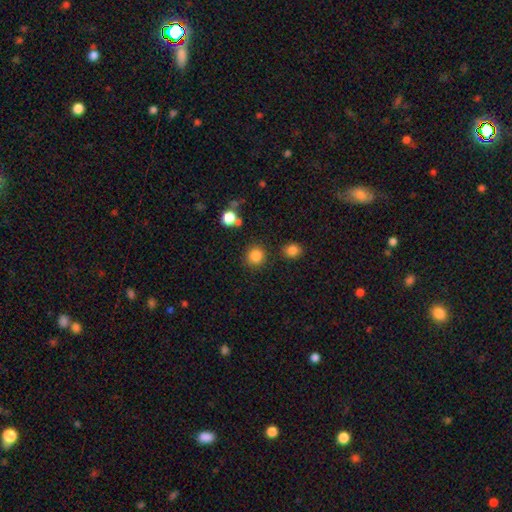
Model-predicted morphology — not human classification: A smooth galaxy with no disk features (85%) that is round (91%).

Vote fractions:
- Smooth or featured? smooth: 85% / star or artifact: 11% / featured or disk: 4%
- How rounded? round: 91% / in between: 8% / cigar-shaped: 1%
- Merging? none: 85% / minor disturbance: 8% / merger: 4% / major disturbance: 3%